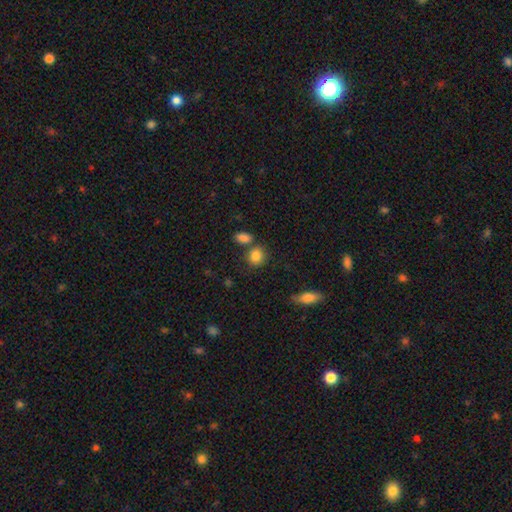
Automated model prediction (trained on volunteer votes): The model was most divided on "how rounded": round: 63%, in between: 35%, cigar-shaped: 2%. More confident: smooth or featured — smooth (84%); merging — none (65%).